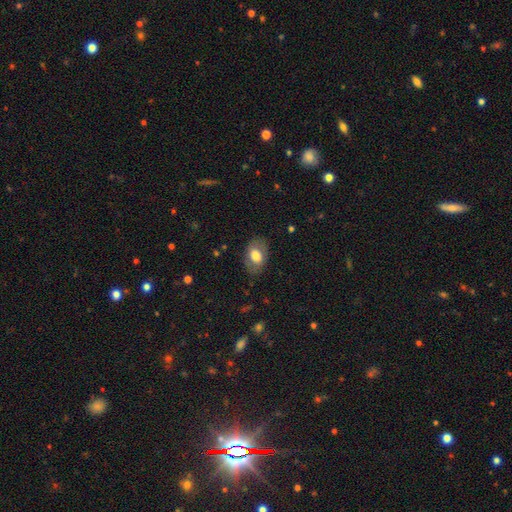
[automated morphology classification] Overall: smooth (69%). How rounded: in between (85%). Merging: none (77%).